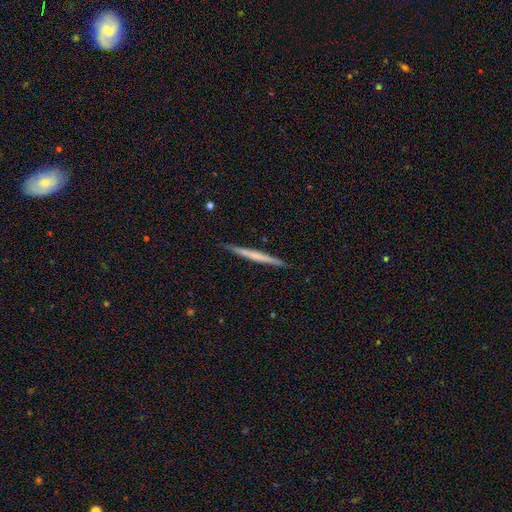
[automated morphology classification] This is possibly a featured or disk galaxy (47%, tied with smooth). Merging: clearly none (90%).